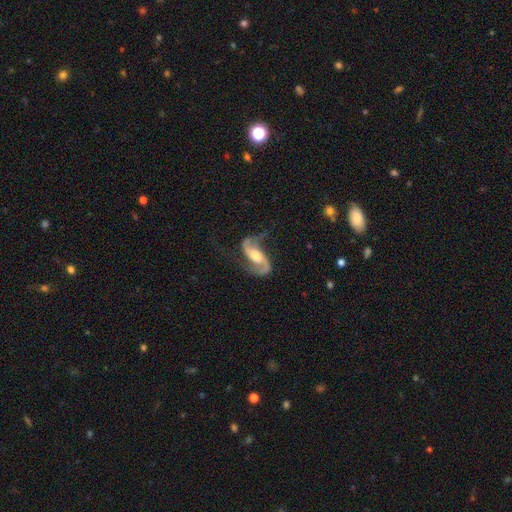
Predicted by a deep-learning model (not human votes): Morphology: type=featured or disk (89%); edge-on=no (95%); bar=weak (39%); spiral arms=yes (97%); winding=loose (55%); arm count=2 (92%); bulge=moderate (61%); merging=none (62%).